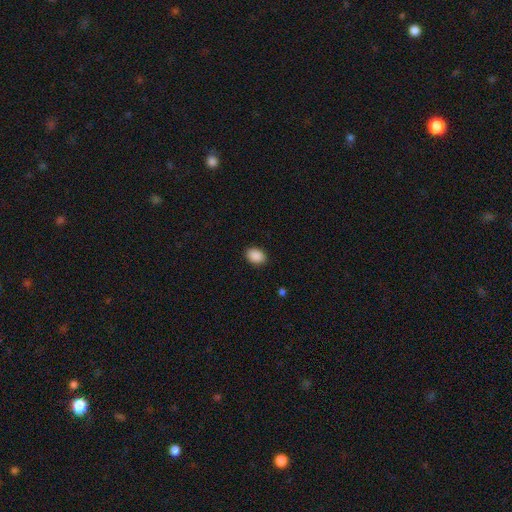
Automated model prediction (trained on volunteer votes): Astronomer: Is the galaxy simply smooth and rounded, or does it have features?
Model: smooth — 90%.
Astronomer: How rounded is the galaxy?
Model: in between — 74%.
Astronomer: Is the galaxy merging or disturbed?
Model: none — 89%.